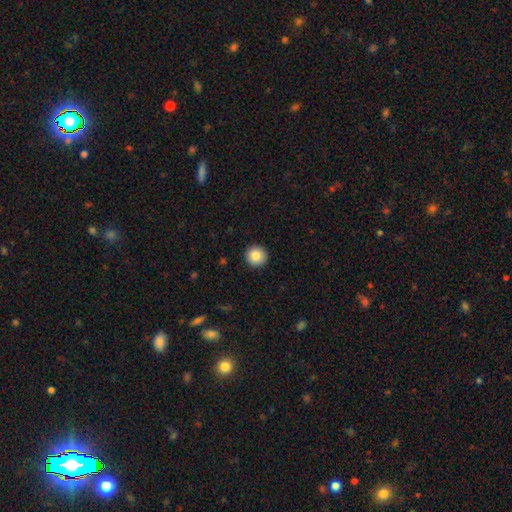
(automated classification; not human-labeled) Overall: smooth (86%). How rounded: round (95%). Merging: none (93%).